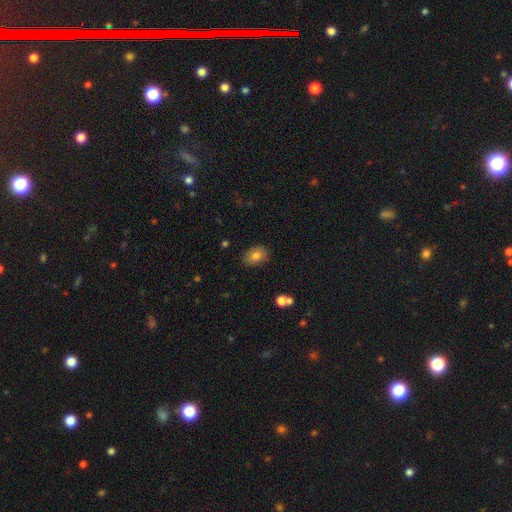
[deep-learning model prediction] This appears to be a smooth galaxy with no disk features (81%) that is in between round and cigar-shaped (73%). Merging: none (81%).